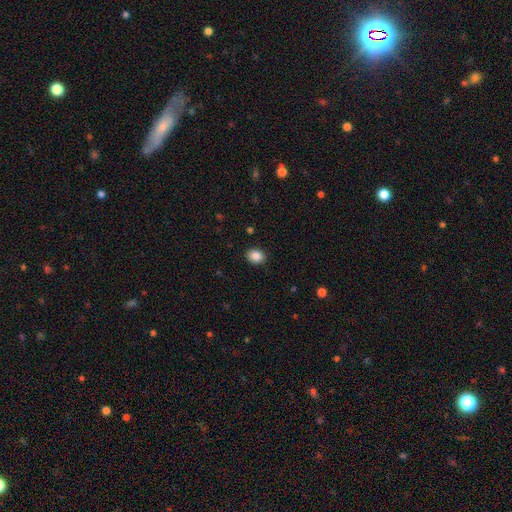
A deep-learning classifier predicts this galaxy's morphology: type=smooth (87%); roundness=in between (56%); merging=none (90%).